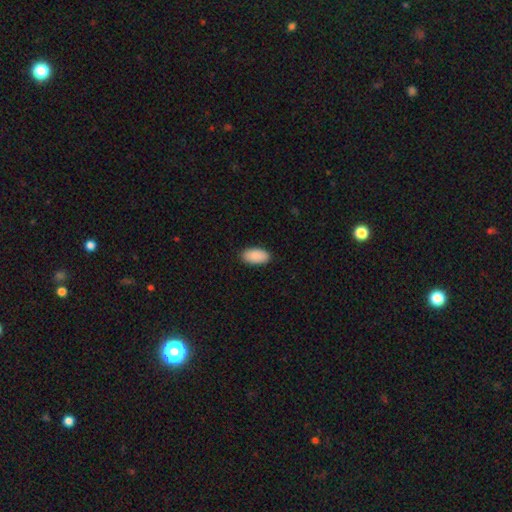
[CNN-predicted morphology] Smooth or featured? smooth (91%)
How rounded? in between (95%)
Merging? none (89%)